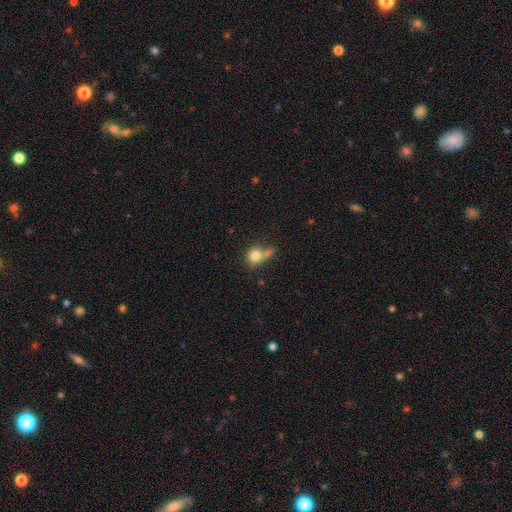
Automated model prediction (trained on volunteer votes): Overall: smooth (78%). How rounded: round (73%). Merging: none (36%; merger 30%).